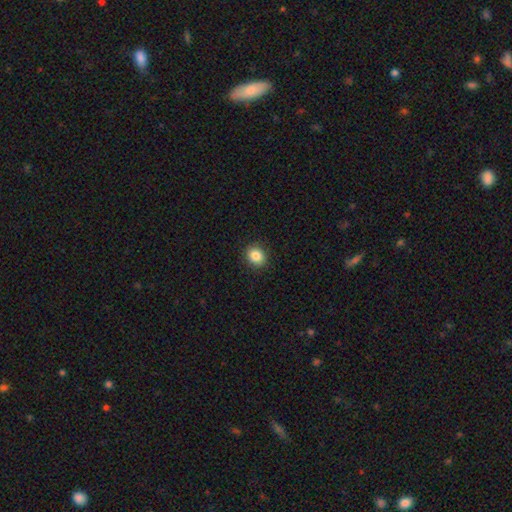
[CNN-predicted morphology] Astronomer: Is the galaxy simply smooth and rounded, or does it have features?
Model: smooth — 85%.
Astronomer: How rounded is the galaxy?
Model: round — 68%.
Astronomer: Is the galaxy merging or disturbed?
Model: none — 90%.